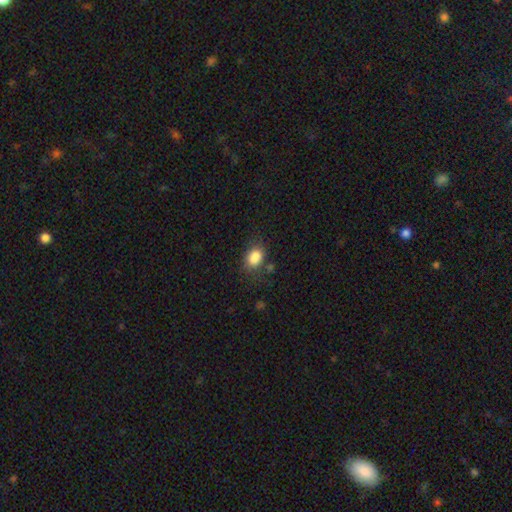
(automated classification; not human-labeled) The model was most divided on "merging": none: 64%, minor disturbance: 21%, major disturbance: 8%, merger: 6%. More confident: smooth or featured — smooth (84%); how rounded — in between (72%).